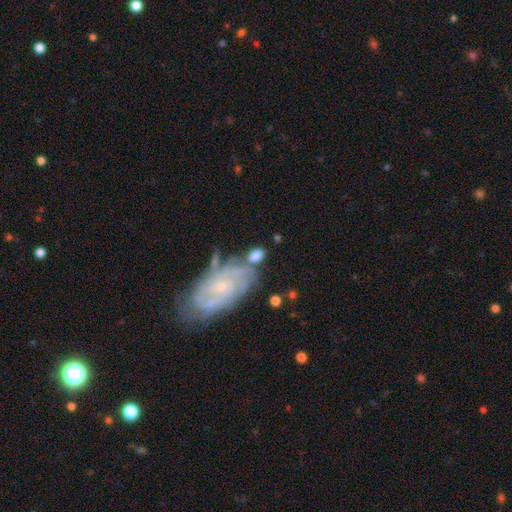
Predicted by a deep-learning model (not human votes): A smooth galaxy with no disk features (60%) that is in between round and cigar-shaped (77%).

Vote fractions:
- Smooth or featured? smooth: 60% / featured or disk: 31% / star or artifact: 8%
- How rounded? in between: 77% / round: 20% / cigar-shaped: 3%
- Merging? none: 49% / merger: 22% / minor disturbance: 18% / major disturbance: 10%